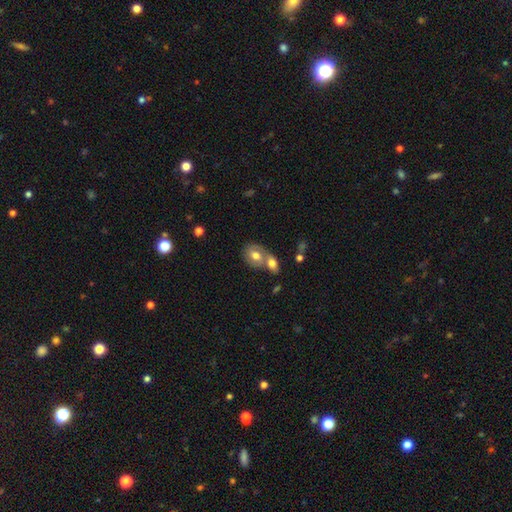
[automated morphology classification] type=smooth (52%); roundness=in between (64%); merging=merger (56%).